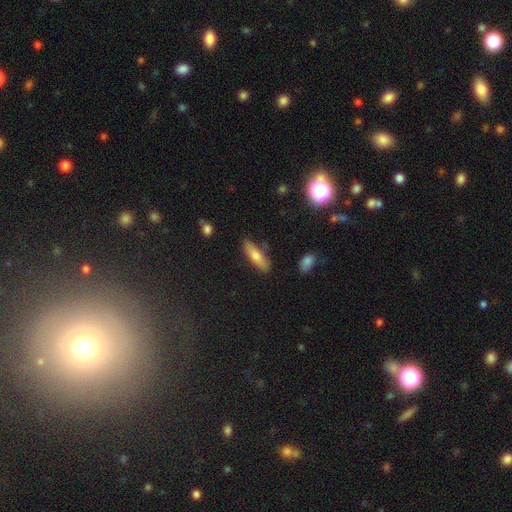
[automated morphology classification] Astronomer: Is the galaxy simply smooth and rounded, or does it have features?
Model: smooth — 70%.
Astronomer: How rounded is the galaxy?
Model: cigar-shaped — 55% (runner-up: in between, 42%).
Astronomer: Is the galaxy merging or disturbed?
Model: none — 80%.